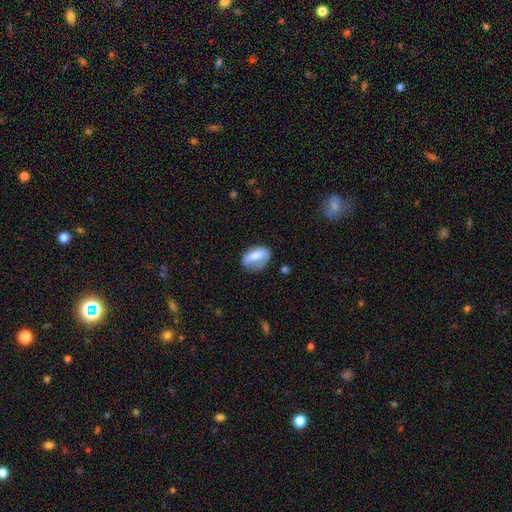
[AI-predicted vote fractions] The model was most divided on "merging": none: 54%, minor disturbance: 29%, major disturbance: 14%, merger: 3%. More confident: how rounded — in between (85%); smooth or featured — smooth (69%).